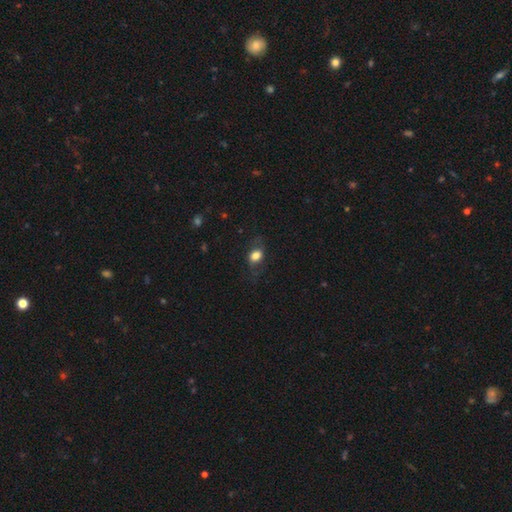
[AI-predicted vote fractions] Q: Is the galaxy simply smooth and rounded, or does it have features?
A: smooth — 76%.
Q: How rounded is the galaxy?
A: in between — 74%.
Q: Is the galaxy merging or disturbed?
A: none — 65%.